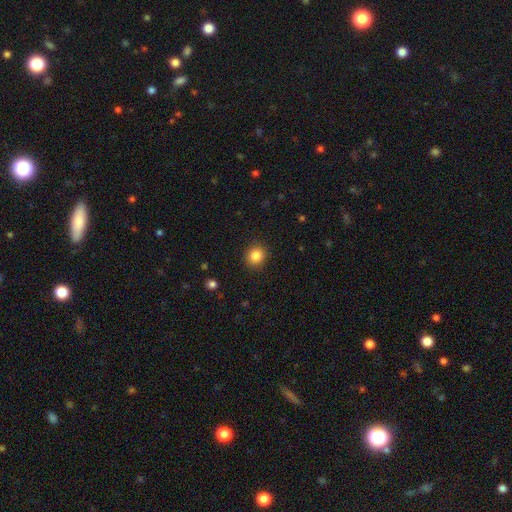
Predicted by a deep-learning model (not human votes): smooth_or_featured: smooth (p=0.85) [alt: star or artifact p=0.10]
how_rounded: round (p=0.83) [alt: in between p=0.16]
merging: none (p=0.90) [alt: minor disturbance p=0.07]